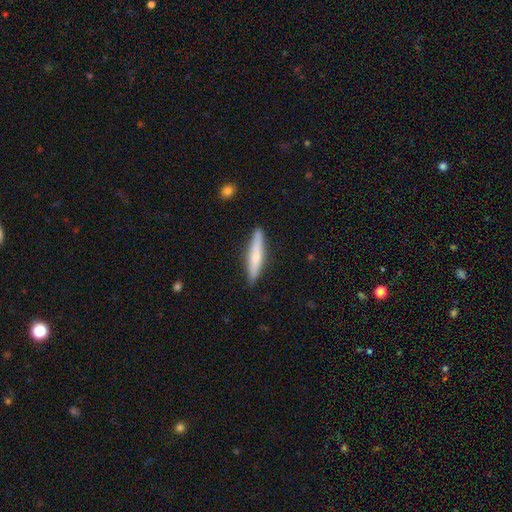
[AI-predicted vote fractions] Smooth or featured?
  - smooth: 61% *
  - featured or disk: 34%
  - star or artifact: 5%
How rounded?
  - cigar-shaped: 91% *
  - in between: 8%
  - round: 1%
Merging?
  - none: 89% *
  - minor disturbance: 8%
  - major disturbance: 2%
  - merger: 1%